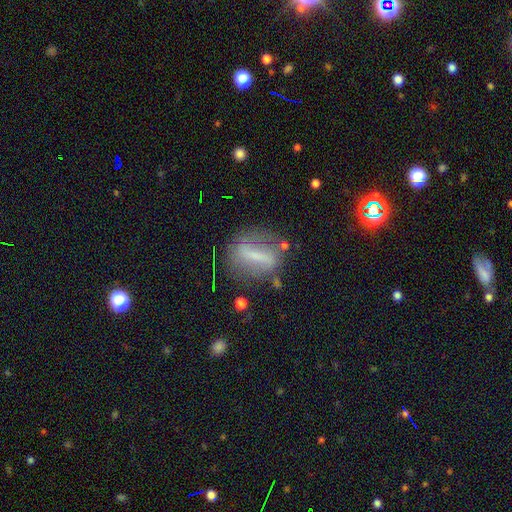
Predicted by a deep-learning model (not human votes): Smooth or featured? featured or disk (52%)
Edge-on disk? no (80%)
Merging? none (63%)